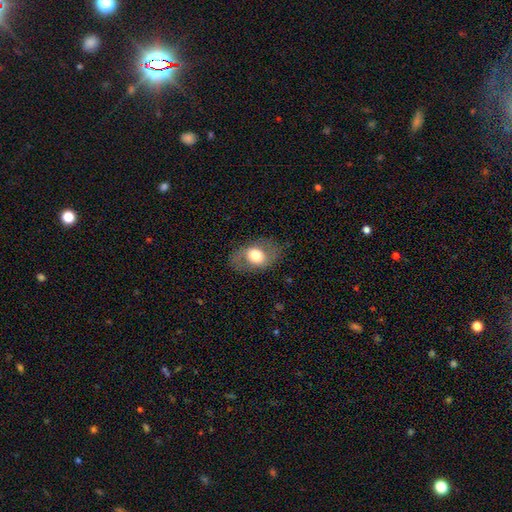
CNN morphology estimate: type=smooth (57%); roundness=in between (74%); merging=none (77%).